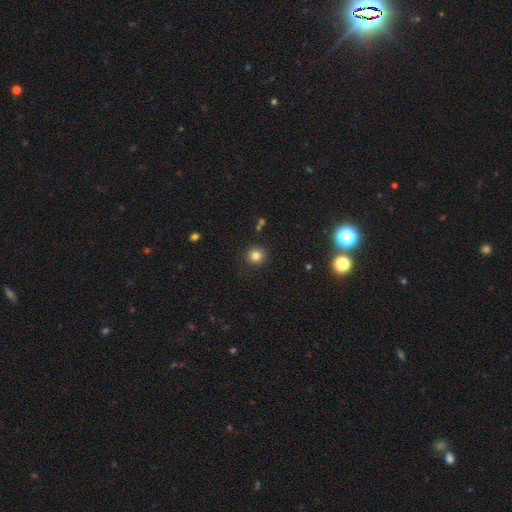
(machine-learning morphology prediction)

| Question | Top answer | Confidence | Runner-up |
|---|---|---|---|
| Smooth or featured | smooth | 82% | star or artifact (13%) |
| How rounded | round | 93% | in between (6%) |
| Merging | none | 90% | minor disturbance (6%) |